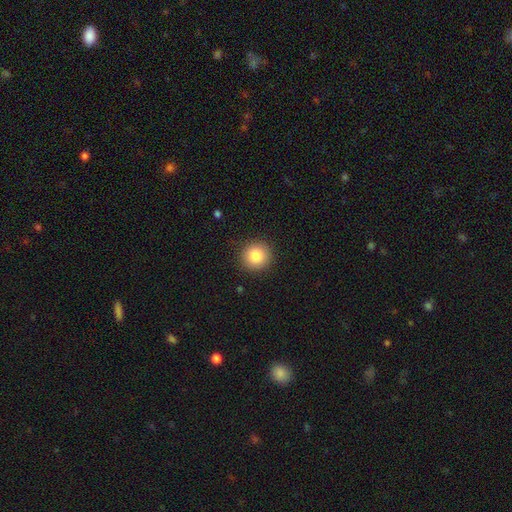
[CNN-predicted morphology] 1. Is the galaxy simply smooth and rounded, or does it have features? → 85% smooth, 9% star or artifact, 6% featured or disk.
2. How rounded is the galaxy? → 93% round, 6% in between, 1% cigar-shaped.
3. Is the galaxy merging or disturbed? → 91% none, 6% minor disturbance, 2% major disturbance, 1% merger.